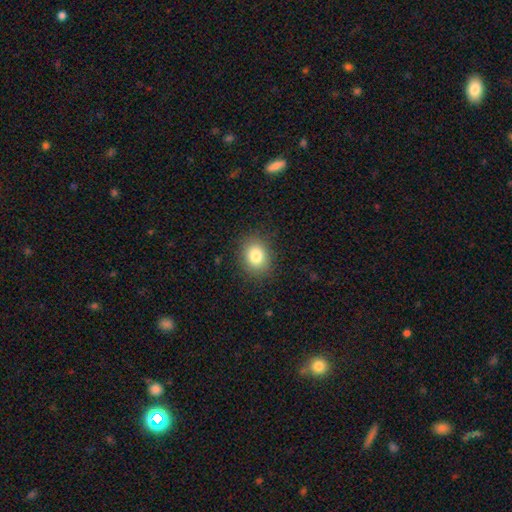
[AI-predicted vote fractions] Smooth or featured?
  - smooth: 82% *
  - star or artifact: 10%
  - featured or disk: 8%
How rounded?
  - round: 55% *
  - in between: 44%
  - cigar-shaped: 1%
Merging?
  - none: 87% *
  - minor disturbance: 9%
  - major disturbance: 3%
  - merger: 1%